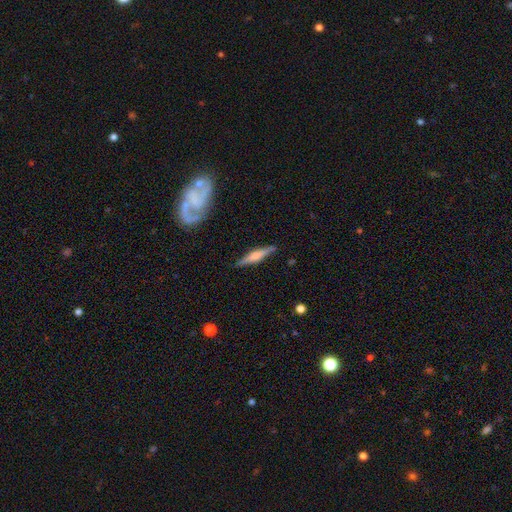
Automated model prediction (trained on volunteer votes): Smooth or featured? Predicted: featured or disk (p=0.55). Edge-on disk? Predicted: yes (p=0.96). Edge-on bulge? Predicted: rounded (p=0.67). Merging? Predicted: none (p=0.88).